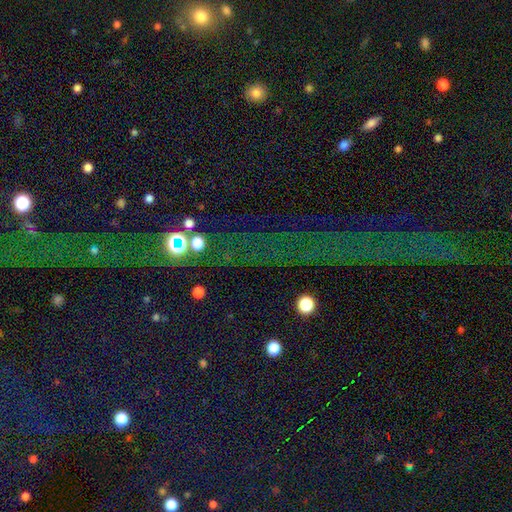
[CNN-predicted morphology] Smooth or featured? Predicted: star or artifact (p=0.80).